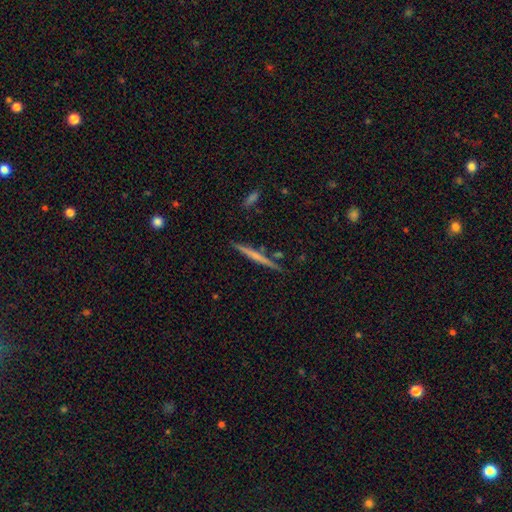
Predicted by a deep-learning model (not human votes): A featured or disk galaxy (49%).

Vote fractions:
- Smooth or featured? featured or disk: 49% / smooth: 44% / star or artifact: 6%
- Merging? none: 87% / minor disturbance: 8% / merger: 3% / major disturbance: 2%